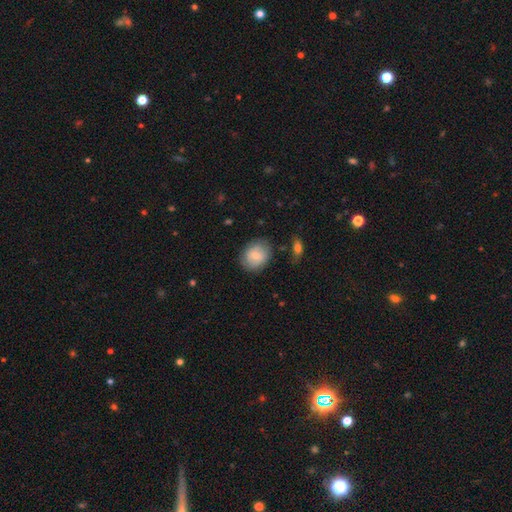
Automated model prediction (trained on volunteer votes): The model was most divided on "how rounded": round: 55%, in between: 45%, cigar-shaped: 1%. More confident: merging — none (76%); smooth or featured — smooth (68%).